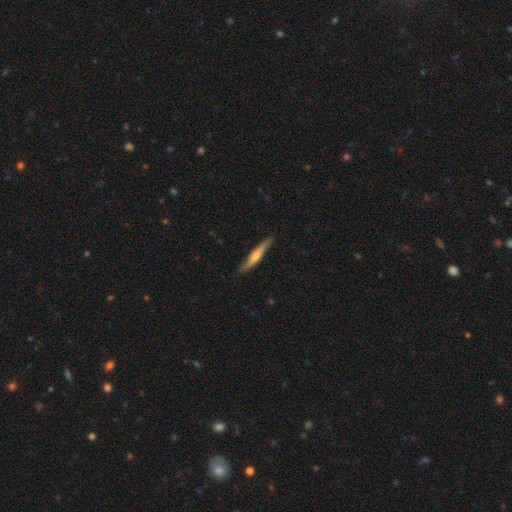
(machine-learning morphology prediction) Smooth or featured? featured or disk (63%)
Edge-on disk? yes (88%)
Edge-on bulge? rounded (80%)
Merging? none (84%)